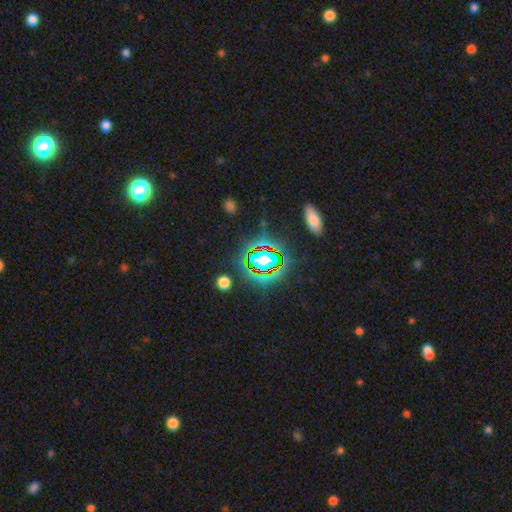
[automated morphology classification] star or artifact 65%, smooth 22%, featured or disk 13%.